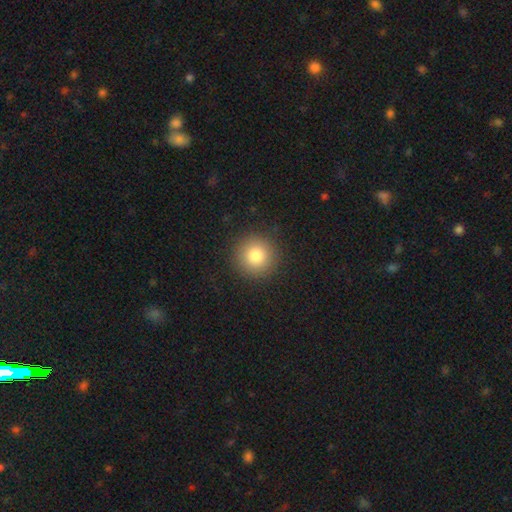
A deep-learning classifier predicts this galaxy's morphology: smooth-or-featured: smooth: 81% | star or artifact: 11% | featured or disk: 8%
  how-rounded: round: 95% | in between: 4% | cigar-shaped: 1%
  merging: none: 91% | minor disturbance: 6% | major disturbance: 2% | merger: 1%